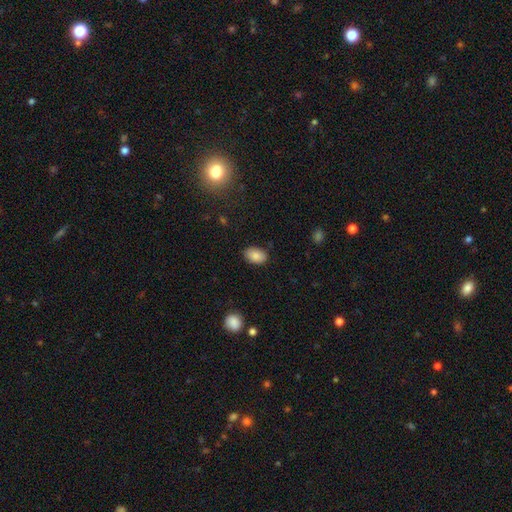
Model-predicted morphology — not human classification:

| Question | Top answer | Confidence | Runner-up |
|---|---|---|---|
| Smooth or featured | smooth | 86% | star or artifact (8%) |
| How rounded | in between | 89% | round (10%) |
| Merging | none | 84% | minor disturbance (12%) |